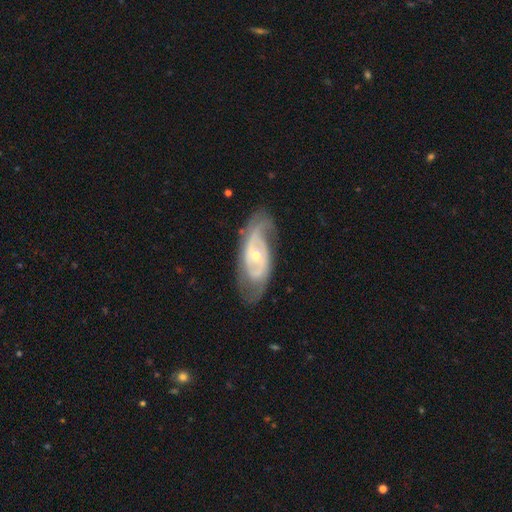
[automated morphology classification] This appears to be a featured or disk galaxy (86%) with no bar (63%), 2 (64%) tight (47%) spiral arms (93%) and a small central bulge (60%). Merging: none (69%).